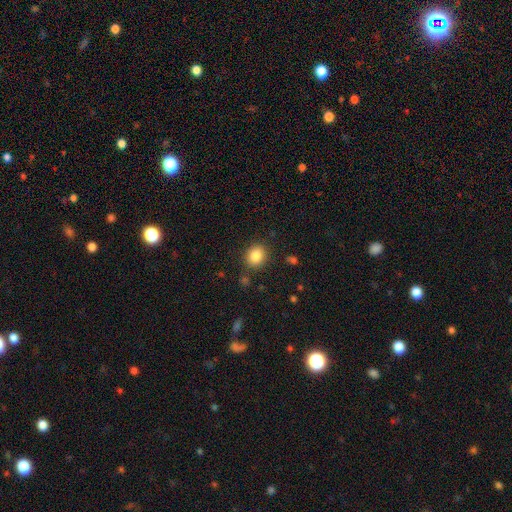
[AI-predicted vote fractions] Smooth or featured? Predicted: smooth (p=0.85). How rounded? Predicted: round (p=0.68). Merging? Predicted: none (p=0.86).